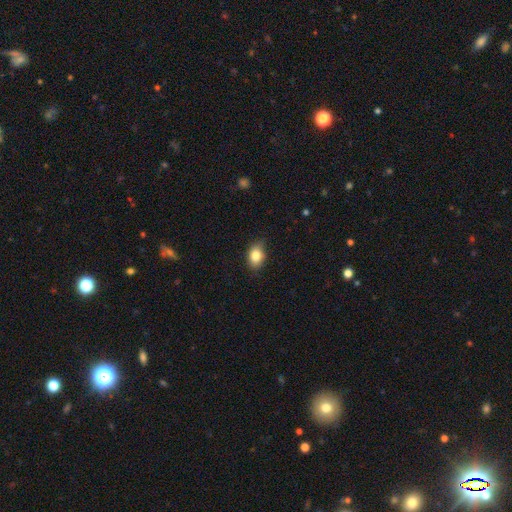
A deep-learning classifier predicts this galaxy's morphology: Q: Smooth or featured?
A: smooth (83%); runner-up: star or artifact (9%)
Q: How rounded?
A: in between (75%); runner-up: round (23%)
Q: Merging?
A: none (82%); runner-up: minor disturbance (15%)